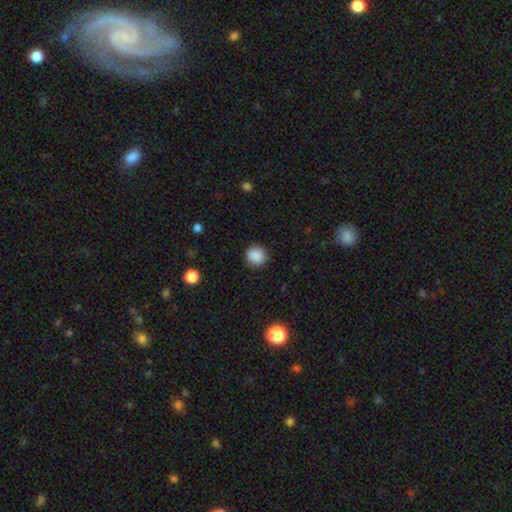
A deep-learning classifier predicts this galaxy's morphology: A smooth galaxy with no disk features (88%) that is round (85%). Merging: none (89%).